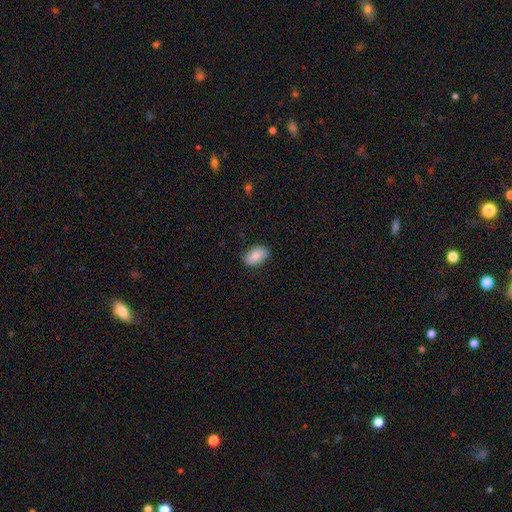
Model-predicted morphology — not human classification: type=smooth (76%); roundness=in between (90%); merging=none (83%).